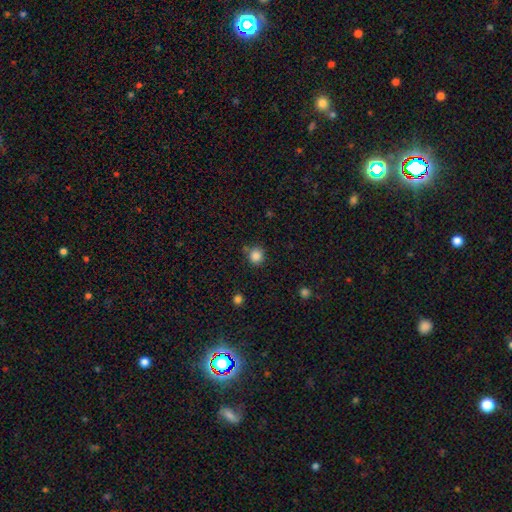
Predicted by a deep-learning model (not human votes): A smooth galaxy with no disk features (85%) that is round (89%). Merging: none (75%).